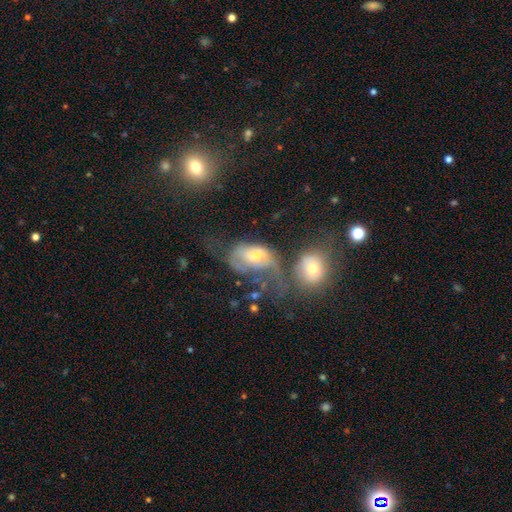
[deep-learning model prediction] The model was most divided on "smooth or featured": featured or disk: 49%, smooth: 40%, star or artifact: 10%. Remaining: merging — major disturbance (41%).